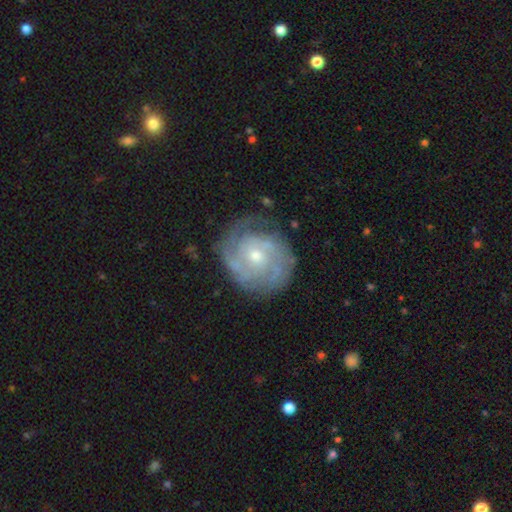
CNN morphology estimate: type=featured or disk (84%); edge-on=no (97%); bar=no (75%); spiral arms=yes (94%); winding=tight (68%); arm count=can't tell (34%); bulge=small (55%); merging=none (73%).